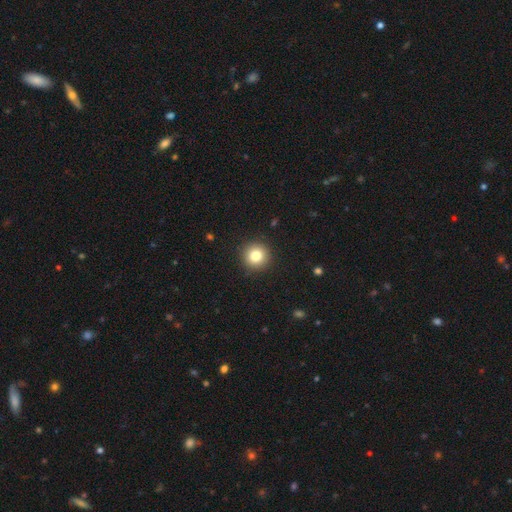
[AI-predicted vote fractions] This appears to be a smooth galaxy with no disk features (82%) that is round (95%). Merging: none (92%).